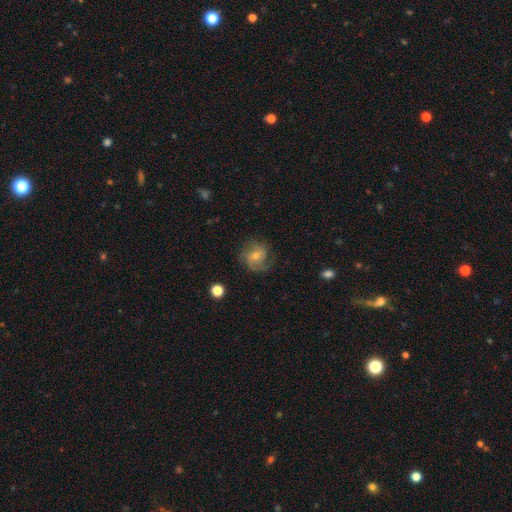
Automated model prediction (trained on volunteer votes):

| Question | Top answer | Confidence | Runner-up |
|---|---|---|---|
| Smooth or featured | featured or disk | 68% | smooth (24%) |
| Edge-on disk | no | 97% | yes (3%) |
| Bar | no | 61% | weak (33%) |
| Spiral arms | yes | 90% | no (10%) |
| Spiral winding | medium | 44% | tight (34%) |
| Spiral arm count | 2 | 38% | can't tell (22%) |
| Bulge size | small | 49% | moderate (46%) |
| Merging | none | 66% | minor disturbance (20%) |